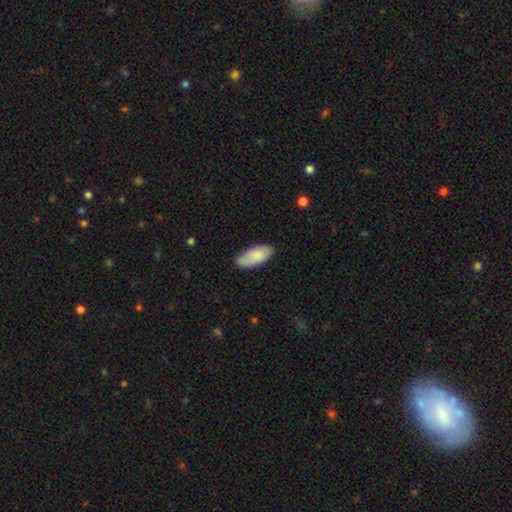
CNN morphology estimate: smooth 78%, featured or disk 16%, star or artifact 6%. Down the decision tree: how rounded — in between (87%); merging — none (79%).